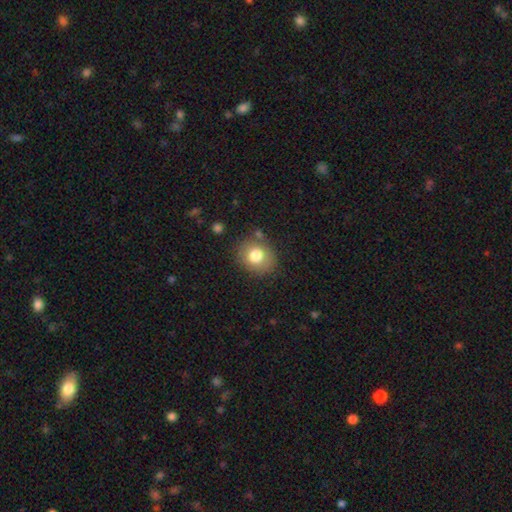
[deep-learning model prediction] smooth_or_featured: smooth (p=0.78) [alt: featured or disk p=0.12]
how_rounded: round (p=0.70) [alt: in between p=0.29]
merging: none (p=0.78) [alt: minor disturbance p=0.13]